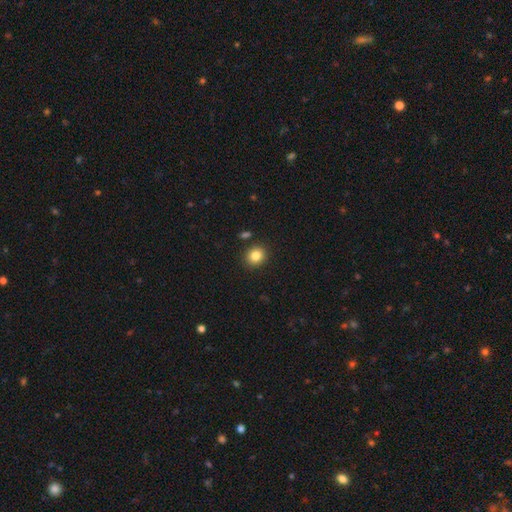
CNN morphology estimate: smooth_or_featured: smooth (p=0.84) [alt: star or artifact p=0.10]
how_rounded: round (p=0.71) [alt: in between p=0.28]
merging: none (p=0.87) [alt: minor disturbance p=0.07]